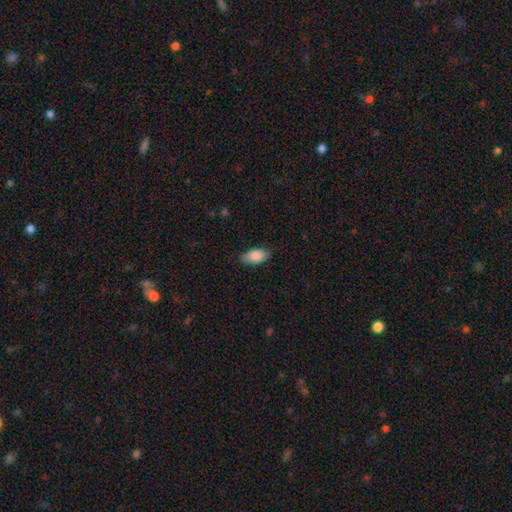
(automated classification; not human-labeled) This is clearly a smooth galaxy (88%). How rounded: clearly in between (92%). Merging: likely none (79%).